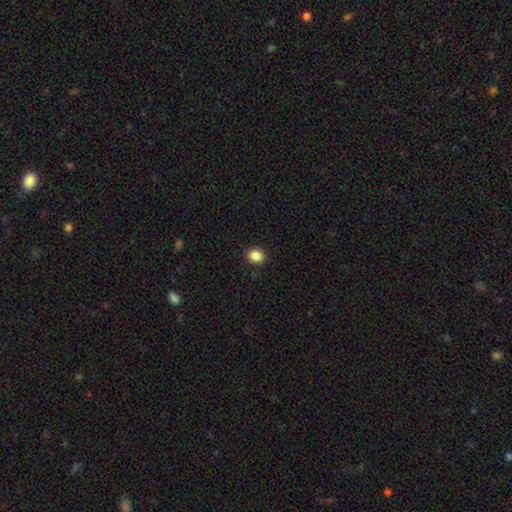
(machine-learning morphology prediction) Smooth or featured? smooth (87%)
How rounded? round (57%)
Merging? none (91%)